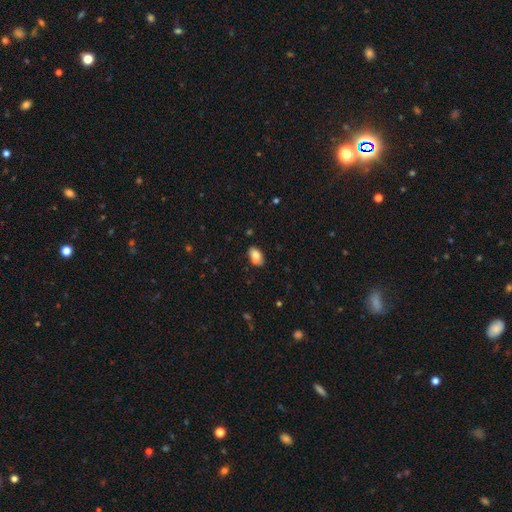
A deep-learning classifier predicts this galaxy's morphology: Smooth or featured: smooth — 79% (featured or disk — 14%)
How rounded: in between — 92% (round — 6%)
Merging: none — 73% (minor disturbance — 19%)